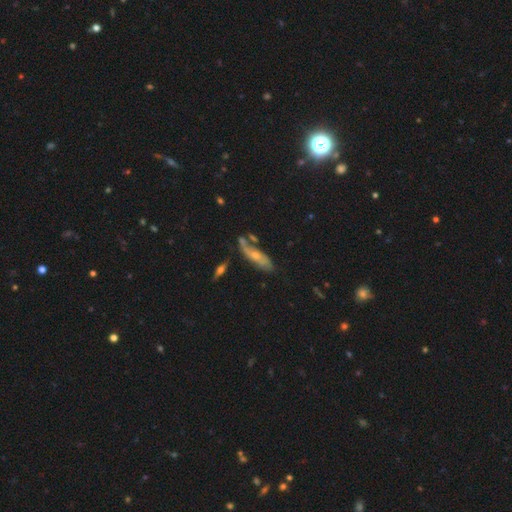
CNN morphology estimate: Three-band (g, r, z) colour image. It shows a featured or disk galaxy (60%). Merging: none (48%).